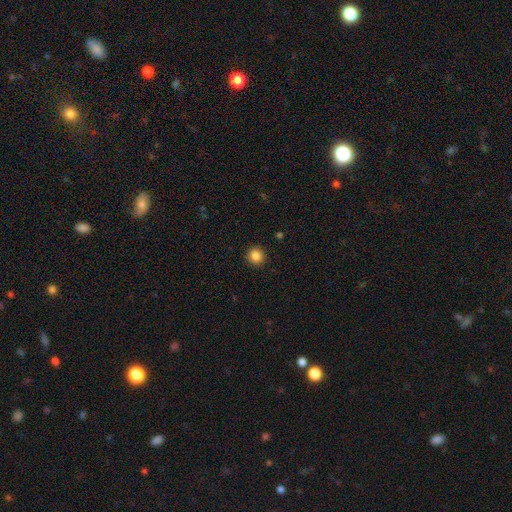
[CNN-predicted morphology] The model was most divided on "smooth or featured": smooth: 85%, star or artifact: 11%, featured or disk: 4%. More confident: how rounded — round (92%); merging — none (92%).